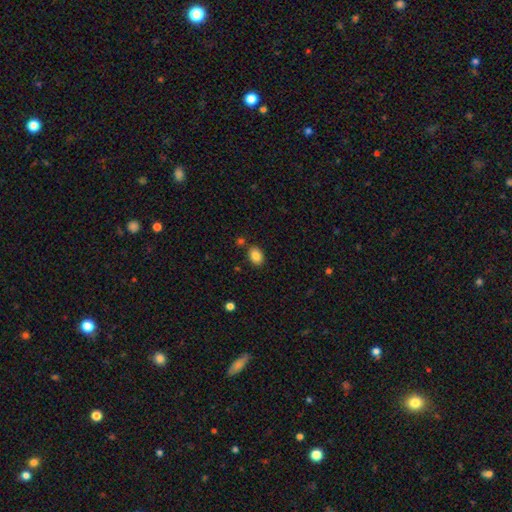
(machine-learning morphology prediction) Smooth or featured: smooth — 86% (star or artifact — 9%)
How rounded: in between — 76% (round — 23%)
Merging: none — 81% (minor disturbance — 10%)